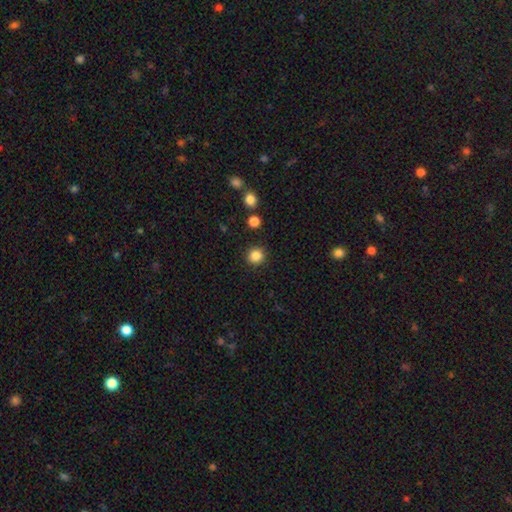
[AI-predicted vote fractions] smooth-or-featured: smooth: 85% | star or artifact: 11% | featured or disk: 4%
  how-rounded: round: 93% | in between: 7% | cigar-shaped: 1%
  merging: none: 91% | minor disturbance: 5% | major disturbance: 2% | merger: 2%